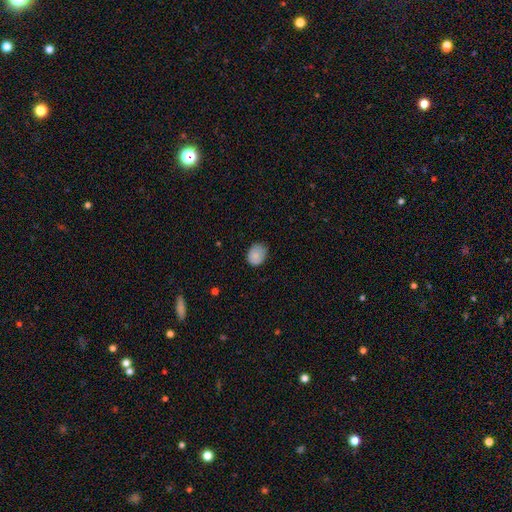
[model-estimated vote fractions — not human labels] Overall: smooth (83%). How rounded: round (53%; in between 46%). Merging: none (75%).